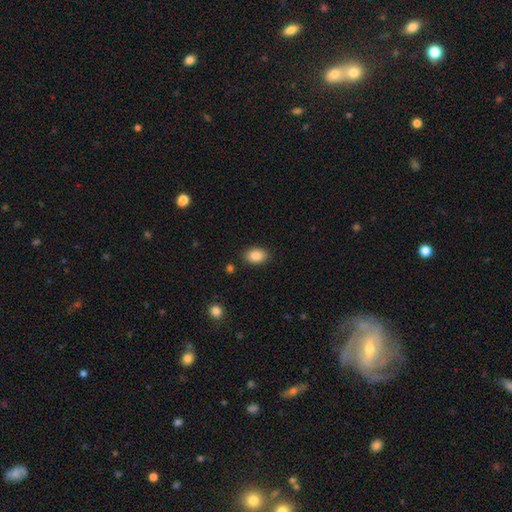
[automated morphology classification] This appears to be a smooth galaxy with no disk features (87%) that is in between round and cigar-shaped (81%). Merging: none (87%).